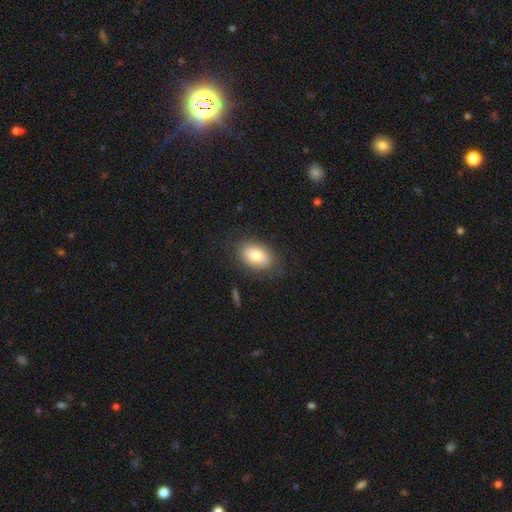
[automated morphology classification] This is likely a smooth galaxy (78%). How rounded: clearly in between (87%). Merging: likely none (80%).